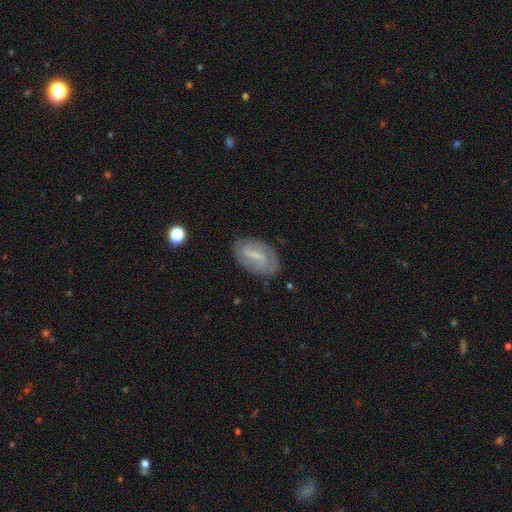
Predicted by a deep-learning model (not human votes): Q: Smooth or featured?
A: featured or disk (62%); runner-up: smooth (30%)
Q: Edge-on disk?
A: no (94%); runner-up: yes (6%)
Q: Bar?
A: weak (50%); runner-up: strong (37%)
Q: Spiral arms?
A: yes (77%); runner-up: no (23%)
Q: Bulge size?
A: small (55%); runner-up: none (22%)
Q: Merging?
A: none (76%); runner-up: minor disturbance (17%)